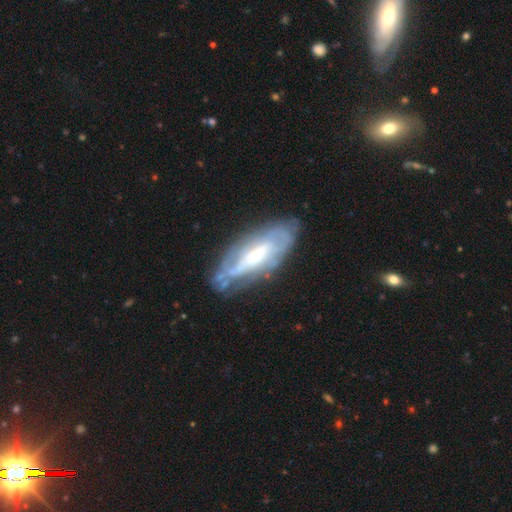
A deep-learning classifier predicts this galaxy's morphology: The model was most divided on "bulge size": small: 51%, moderate: 39%, large: 6%, none: 3%, dominant: 1%. Remaining: edge-on disk — no (82%); spiral arms — yes (74%); smooth or featured — featured or disk (72%); merging — none (69%); bar — no (46%).